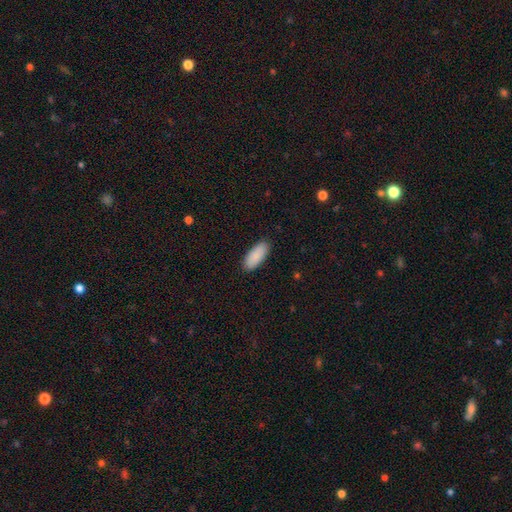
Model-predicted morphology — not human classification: Smooth or featured? Predicted: smooth (p=0.90). How rounded? Predicted: in between (p=0.86). Merging? Predicted: none (p=0.90).